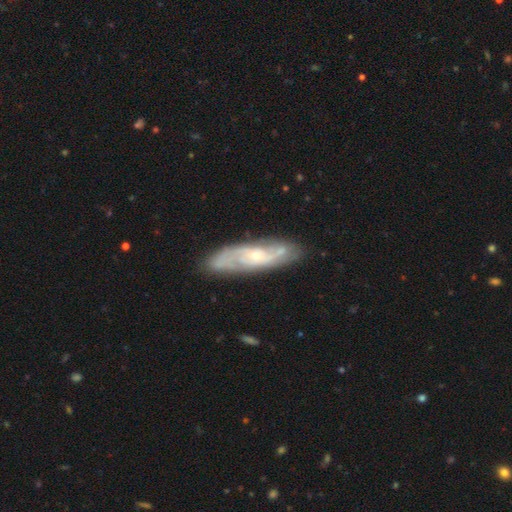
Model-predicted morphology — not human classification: A featured or disk galaxy (74%) with no bar (62%), 2 (47%) medium (43%) spiral arms (88%) and a small central bulge (65%).

Vote fractions:
- Smooth or featured? featured or disk: 74% / smooth: 20% / star or artifact: 6%
- Edge-on disk? no: 79% / yes: 21%
- Bar? no: 62% / weak: 33% / strong: 6%
- Spiral arms? yes: 88% / no: 12%
- Spiral winding? medium: 43% / tight: 40% / loose: 17%
- Spiral arm count? 2: 47% / can't tell: 36% / 3: 9% / 4: 3% / 1: 3% / more than 4: 2%
- Bulge size? small: 65% / moderate: 29% / none: 3% / large: 2% / dominant: 1%
- Merging? none: 78% / minor disturbance: 16% / major disturbance: 4% / merger: 2%